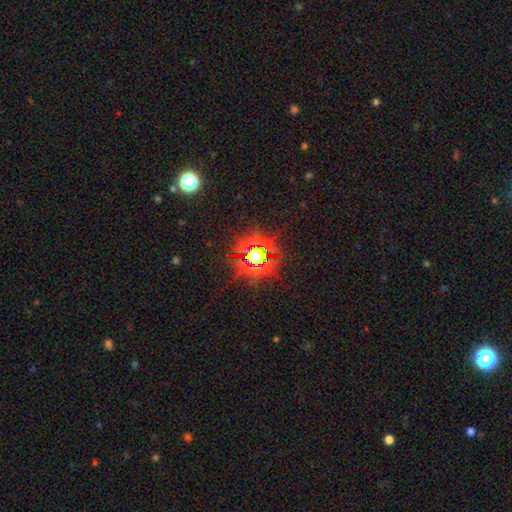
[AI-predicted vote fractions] A star or artifact, not a galaxy (77%).